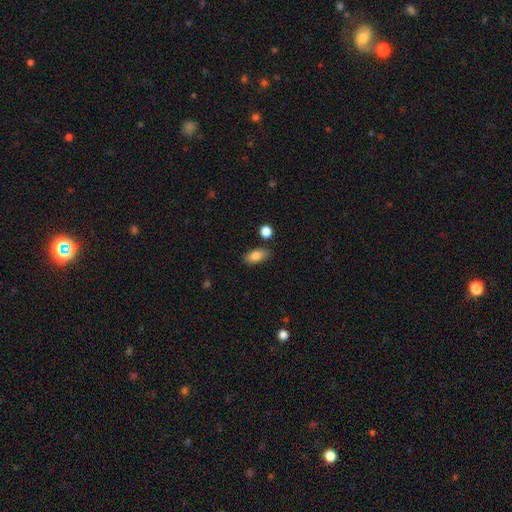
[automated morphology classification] type=smooth (83%); roundness=in between (87%); merging=none (81%).